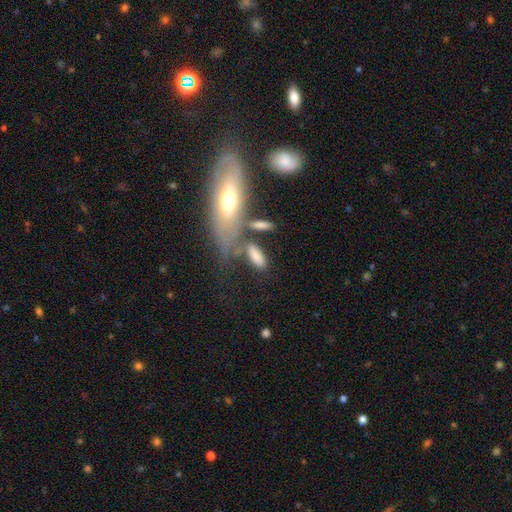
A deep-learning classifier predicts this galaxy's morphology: Overall: smooth (78%). How rounded: in between (70%). Merging: none (51%; merger 23%).